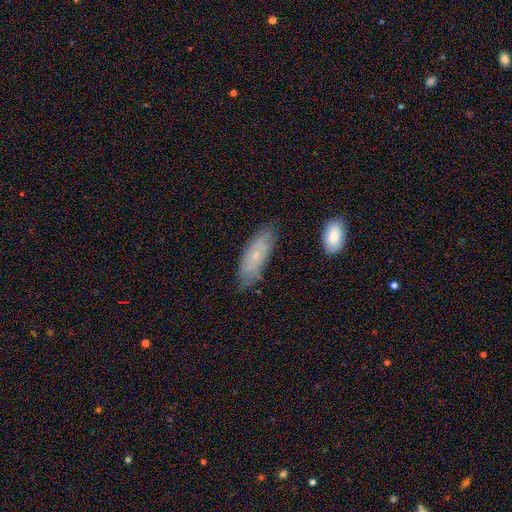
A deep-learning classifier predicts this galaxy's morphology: smooth_or_featured: smooth (p=0.60) [alt: featured or disk p=0.32]
how_rounded: in between (p=0.67) [alt: cigar-shaped p=0.30]
merging: none (p=0.75) [alt: minor disturbance p=0.19]